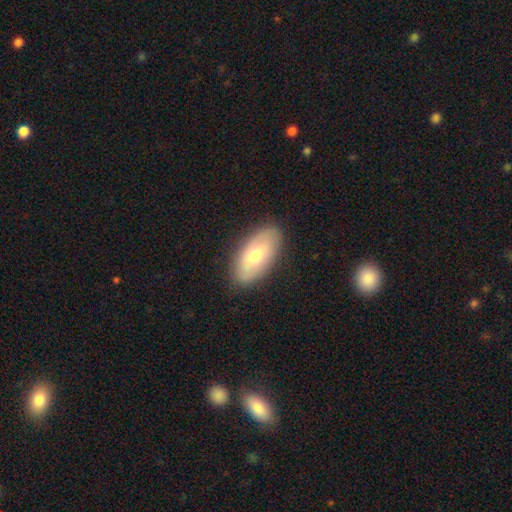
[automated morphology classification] The model was most divided on "smooth or featured": smooth: 60%, featured or disk: 34%, star or artifact: 6%. More confident: how rounded — in between (91%); merging — none (87%).